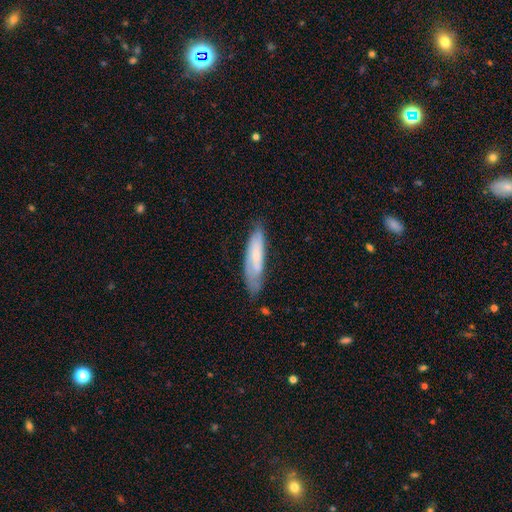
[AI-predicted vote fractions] A smooth galaxy with no disk features (56%) that is cigar-shaped (71%).

Vote fractions:
- Smooth or featured? smooth: 56% / featured or disk: 38% / star or artifact: 7%
- How rounded? cigar-shaped: 71% / in between: 28% / round: 1%
- Merging? none: 65% / minor disturbance: 26% / major disturbance: 7% / merger: 2%